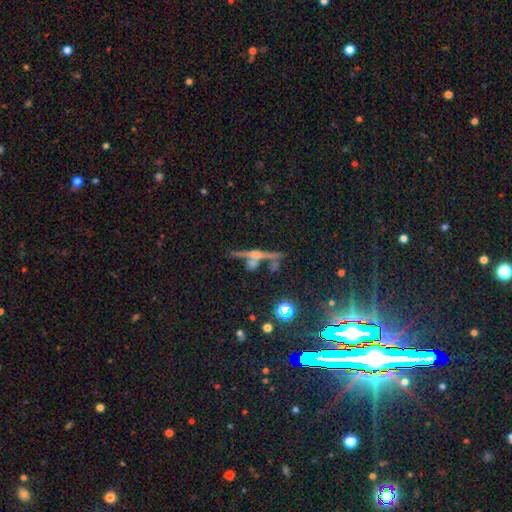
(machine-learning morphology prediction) Q: Smooth or featured?
A: featured or disk (62%); runner-up: star or artifact (20%)
Q: Edge-on disk?
A: yes (88%); runner-up: no (12%)
Q: Edge-on bulge?
A: rounded (74%); runner-up: none (16%)
Q: Merging?
A: none (60%); runner-up: merger (20%)